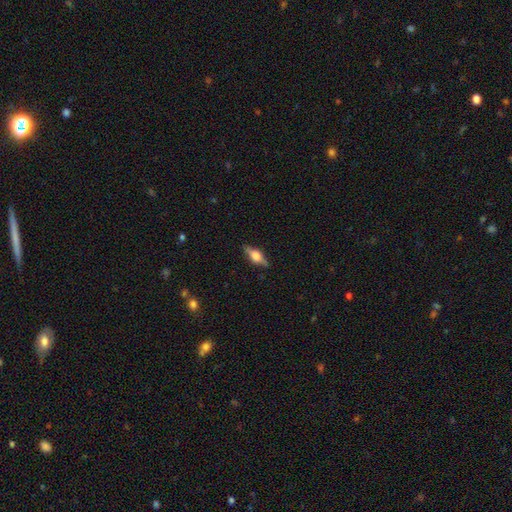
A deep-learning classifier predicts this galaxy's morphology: Smooth or featured? featured or disk (65%)
Edge-on disk? yes (95%)
Edge-on bulge? rounded (89%)
Merging? none (85%)